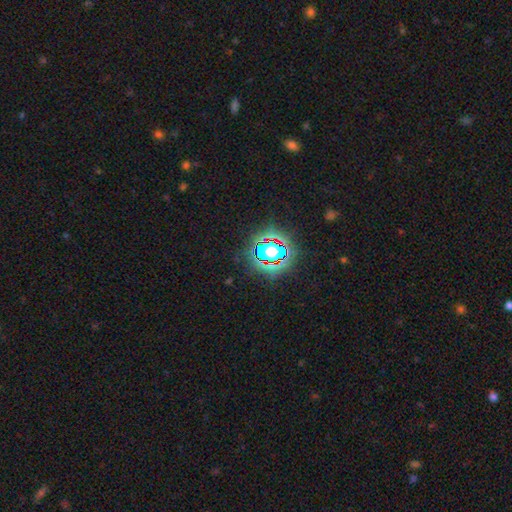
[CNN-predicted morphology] Smooth or featured? Predicted: star or artifact (p=0.79).